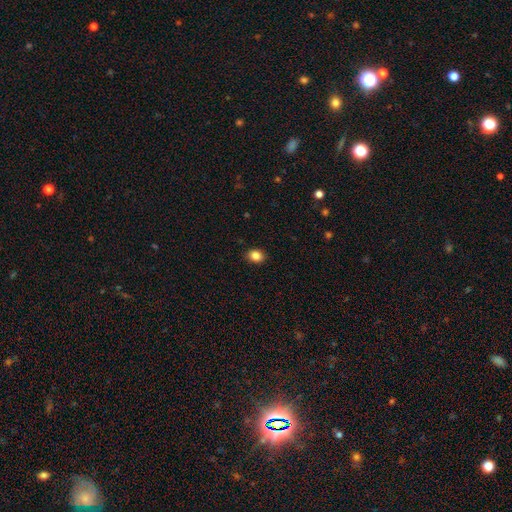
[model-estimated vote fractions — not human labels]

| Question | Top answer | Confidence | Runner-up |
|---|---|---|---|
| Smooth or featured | smooth | 86% | star or artifact (10%) |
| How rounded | in between | 56% | round (43%) |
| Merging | none | 89% | minor disturbance (8%) |